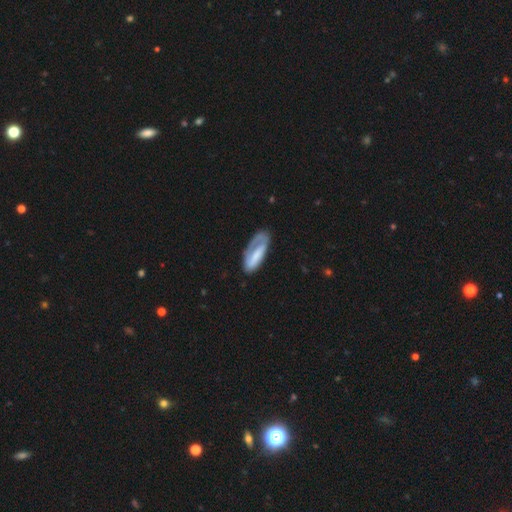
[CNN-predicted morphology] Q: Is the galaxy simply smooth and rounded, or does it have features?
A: smooth — 52%.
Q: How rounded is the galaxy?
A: in between — 69%.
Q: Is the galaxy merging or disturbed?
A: none — 45%.